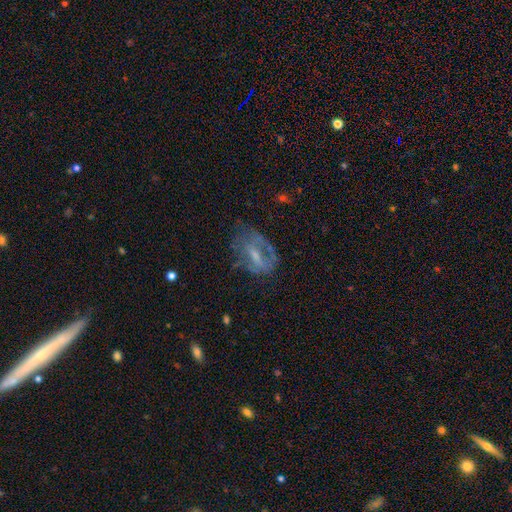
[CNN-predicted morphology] Smooth or featured?
  - featured or disk: 59% *
  - smooth: 30%
  - star or artifact: 11%
Edge-on disk?
  - no: 93% *
  - yes: 7%
Bar?
  - weak: 43% *
  - no: 38%
  - strong: 19%
Spiral arms?
  - no: 58% *
  - yes: 42%
Bulge size?
  - small: 41% *
  - moderate: 36%
  - none: 18%
  - large: 3%
  - dominant: 1%
Merging?
  - none: 44% *
  - major disturbance: 28%
  - minor disturbance: 25%
  - merger: 3%